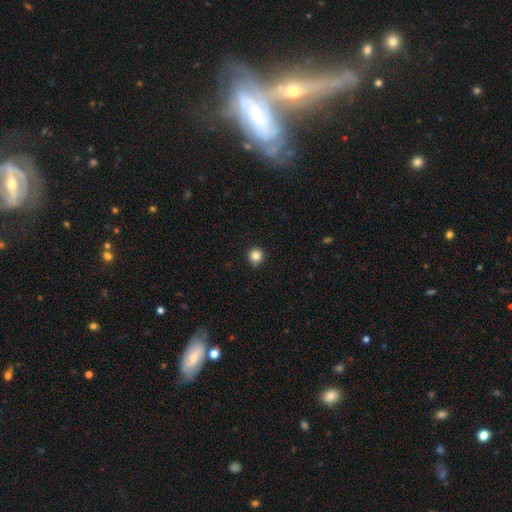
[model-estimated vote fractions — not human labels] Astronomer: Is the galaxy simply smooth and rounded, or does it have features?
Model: smooth — 84%.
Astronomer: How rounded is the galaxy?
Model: round — 93%.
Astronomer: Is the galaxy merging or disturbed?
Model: none — 86%.